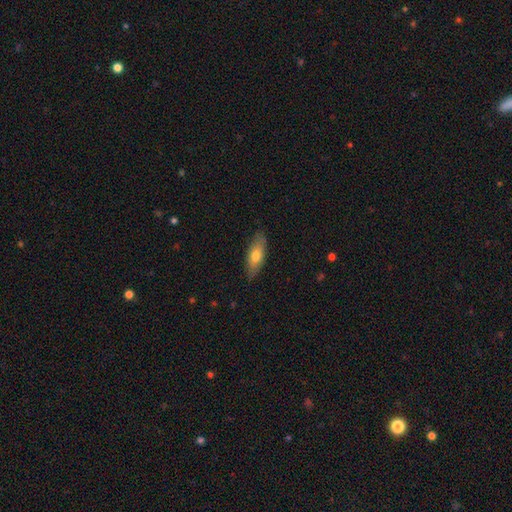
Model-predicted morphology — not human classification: A smooth galaxy with no disk features (68%) that is in between round and cigar-shaped (68%). Merging: none (84%).